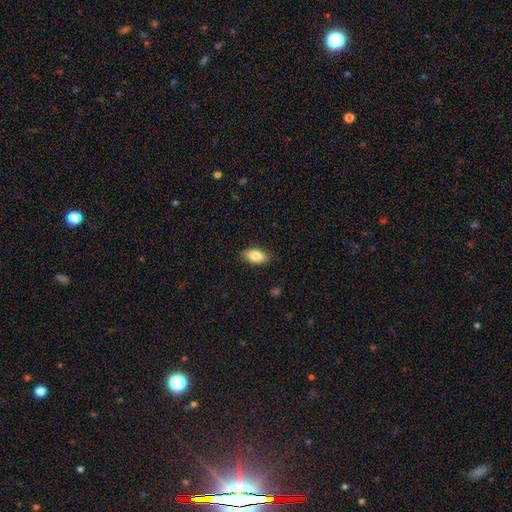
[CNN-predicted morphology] smooth-or-featured: smooth: 84% | featured or disk: 9% | star or artifact: 7%
  how-rounded: in between: 91% | cigar-shaped: 5% | round: 5%
  merging: none: 86% | minor disturbance: 11% | major disturbance: 2% | merger: 1%